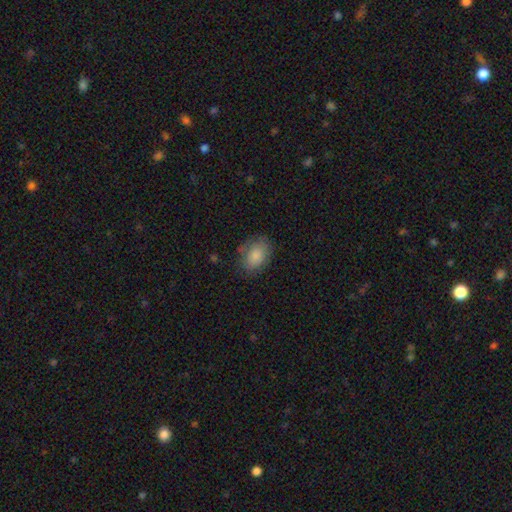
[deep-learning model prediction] Overall: smooth (83%). How rounded: in between (78%). Merging: none (70%).